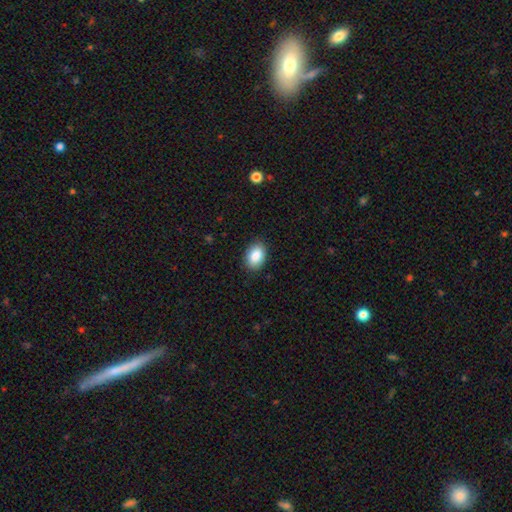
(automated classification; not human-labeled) A smooth galaxy with no disk features (88%) that is in between round and cigar-shaped (85%).

Vote fractions:
- Smooth or featured? smooth: 88% / star or artifact: 7% / featured or disk: 5%
- How rounded? in between: 85% / round: 14% / cigar-shaped: 1%
- Merging? none: 88% / minor disturbance: 9% / major disturbance: 2% / merger: 1%